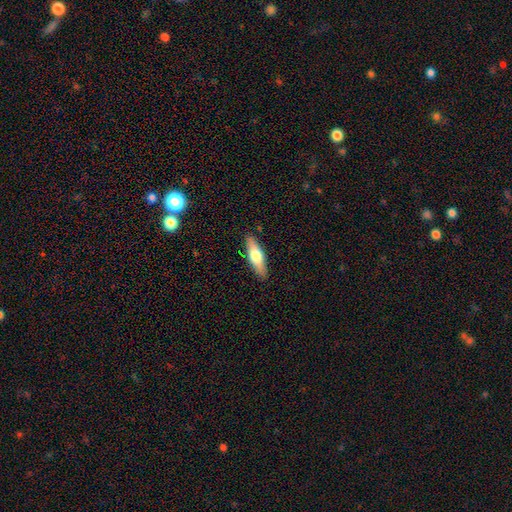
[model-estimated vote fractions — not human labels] Smooth or featured: smooth — 59% (featured or disk — 36%)
How rounded: cigar-shaped — 55% (in between — 42%)
Merging: none — 88% (minor disturbance — 9%)